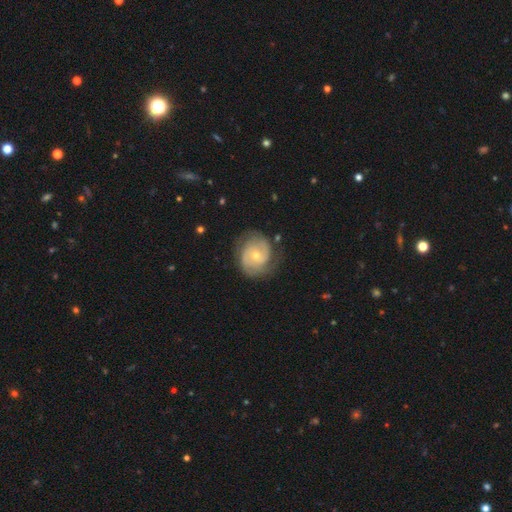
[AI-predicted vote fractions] Smooth or featured? Predicted: featured or disk (p=0.77). Edge-on disk? Predicted: no (p=0.98). Bar? Predicted: no (p=0.68). Spiral arms? Predicted: yes (p=0.93). Spiral winding? Predicted: tight (p=0.52). Spiral arm count? Predicted: 2 (p=0.66). Bulge size? Predicted: small (p=0.55). Merging? Predicted: none (p=0.72).